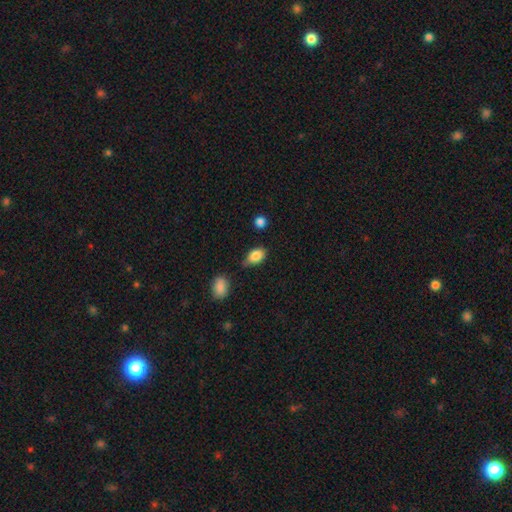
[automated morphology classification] This appears to be a smooth galaxy with no disk features (85%) that is in between round and cigar-shaped (86%). Merging: none (64%).